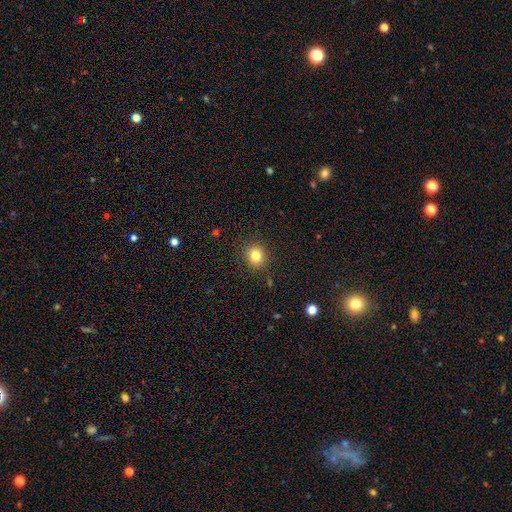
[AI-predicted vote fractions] The model was most divided on "how rounded": round: 82%, in between: 18%, cigar-shaped: 1%. More confident: merging — none (89%); smooth or featured — smooth (81%).